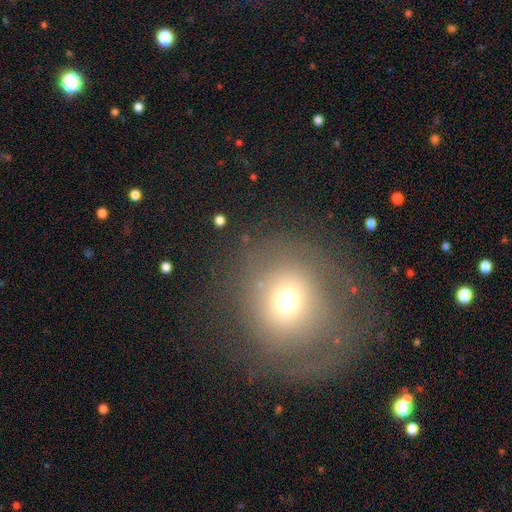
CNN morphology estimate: Overall: smooth (54%; featured or disk 27%). How rounded: round (90%). Merging: none (68%).